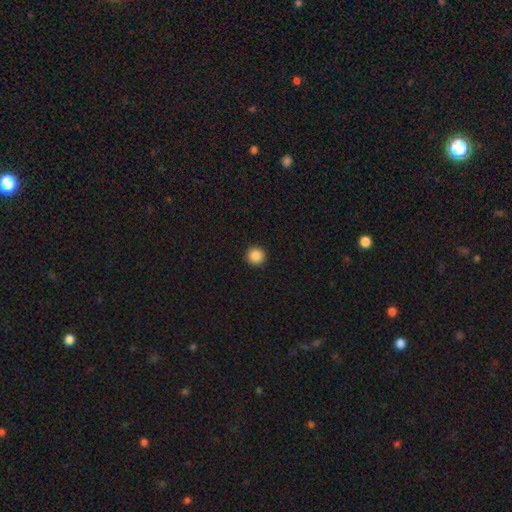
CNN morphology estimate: type=smooth (88%); roundness=round (96%); merging=none (93%).